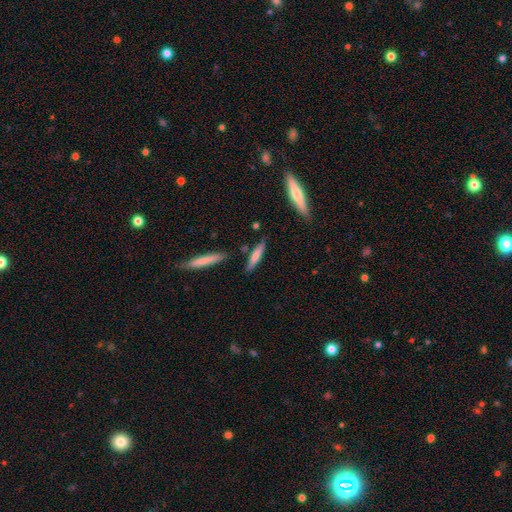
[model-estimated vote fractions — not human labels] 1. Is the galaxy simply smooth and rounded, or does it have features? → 69% smooth, 25% featured or disk, 6% star or artifact.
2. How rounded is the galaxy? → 85% cigar-shaped, 13% in between, 1% round.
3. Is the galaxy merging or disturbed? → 79% none, 13% minor disturbance, 6% merger, 3% major disturbance.